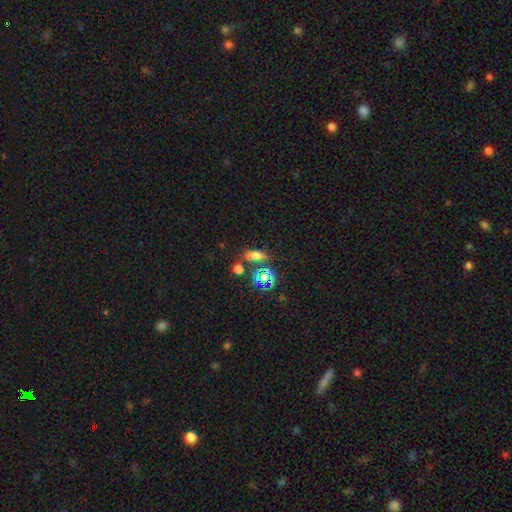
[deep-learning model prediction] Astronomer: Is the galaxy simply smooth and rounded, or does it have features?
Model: smooth — 57%.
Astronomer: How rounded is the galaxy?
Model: in between — 65%.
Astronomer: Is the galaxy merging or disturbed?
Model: none — 60%.